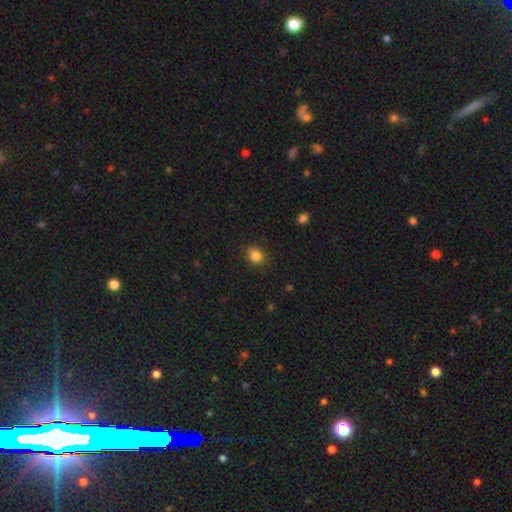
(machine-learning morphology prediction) This is clearly a smooth galaxy (84%). How rounded: likely round (64%). Merging: clearly none (86%).